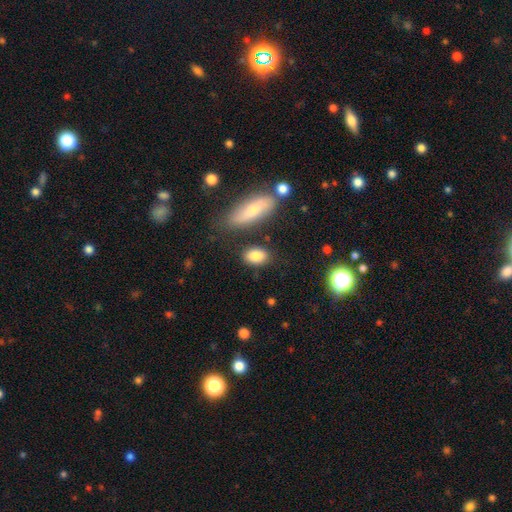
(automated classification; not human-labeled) smooth 85%, featured or disk 8%, star or artifact 7%. Down the decision tree: how rounded — in between (86%); merging — none (79%).